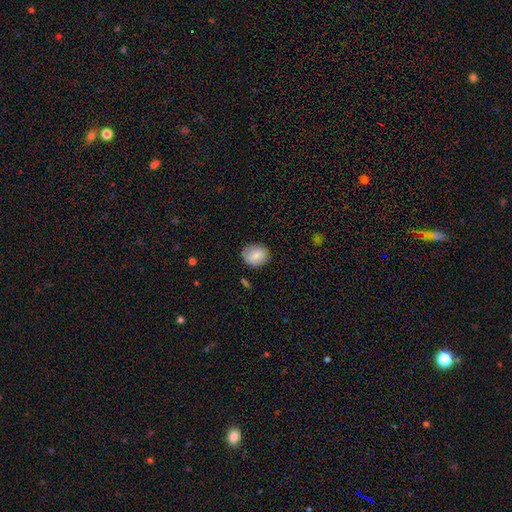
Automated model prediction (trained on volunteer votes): Smooth or featured? Predicted: smooth (p=0.81). How rounded? Predicted: round (p=0.73). Merging? Predicted: none (p=0.77).